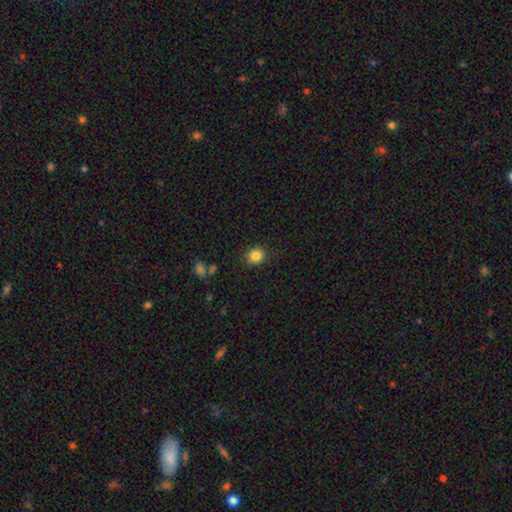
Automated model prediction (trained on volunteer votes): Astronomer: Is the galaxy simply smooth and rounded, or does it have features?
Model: smooth — 84%.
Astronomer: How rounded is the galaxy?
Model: round — 78%.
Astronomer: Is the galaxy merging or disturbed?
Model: none — 88%.